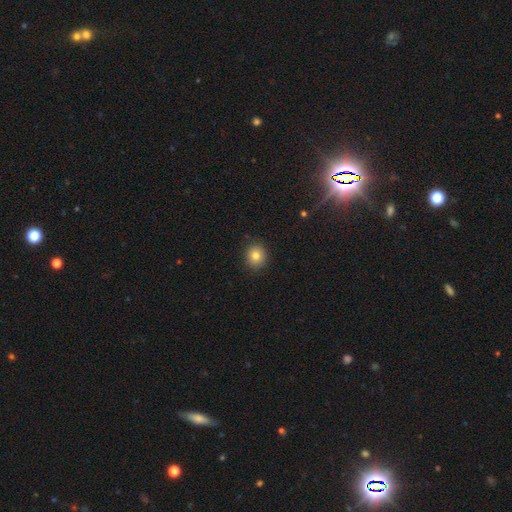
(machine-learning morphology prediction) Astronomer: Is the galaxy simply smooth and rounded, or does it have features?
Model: smooth — 81%.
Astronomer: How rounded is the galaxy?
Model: round — 87%.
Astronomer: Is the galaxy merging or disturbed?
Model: none — 90%.